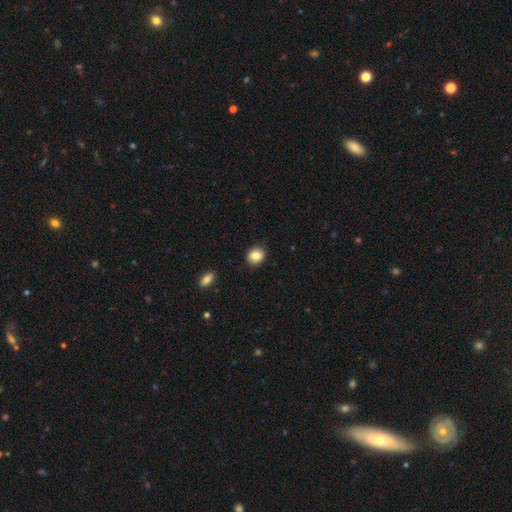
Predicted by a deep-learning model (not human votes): Morphology: type=smooth (85%); roundness=round (67%); merging=none (87%).